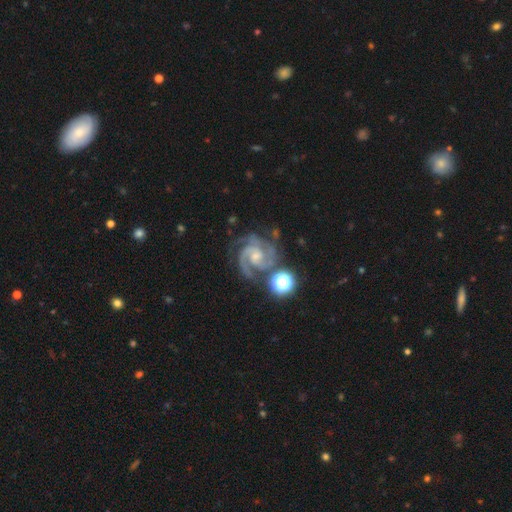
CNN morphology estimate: This is clearly a featured or disk galaxy (91%). It is clearly not viewed edge-on (98%). Bar: possibly no (54%). Spiral arm pattern: clearly yes (99%). Spiral arm count: marginally 3 (40%). Spiral winding: possibly tight (51%). Central bulge: possibly small (52%). Merging: likely none (62%).